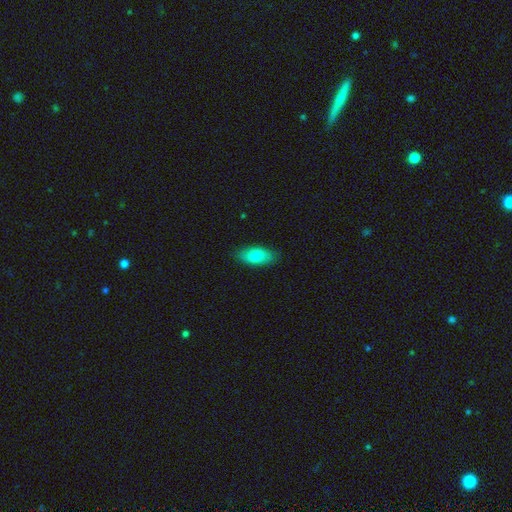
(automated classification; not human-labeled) Smooth or featured: smooth — 80% (featured or disk — 14%)
How rounded: in between — 89% (cigar-shaped — 8%)
Merging: none — 86% (minor disturbance — 11%)